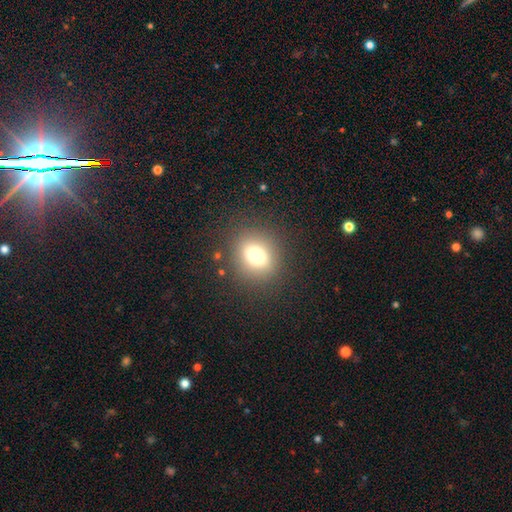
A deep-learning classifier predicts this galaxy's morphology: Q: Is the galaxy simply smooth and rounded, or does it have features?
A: smooth — 75%.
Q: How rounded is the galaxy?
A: round — 66%.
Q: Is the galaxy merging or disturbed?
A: none — 84%.